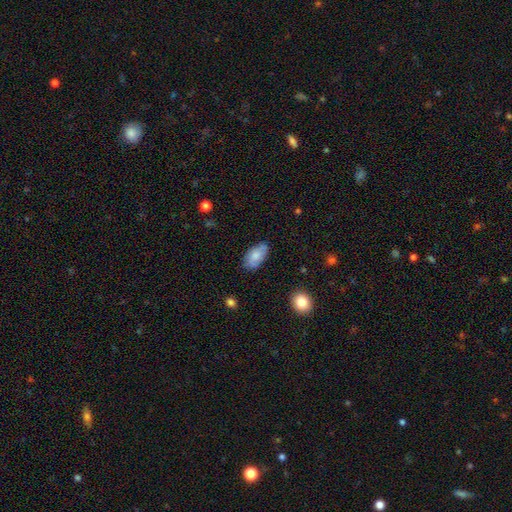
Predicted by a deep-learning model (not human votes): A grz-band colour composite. It shows a smooth galaxy with no disk features (69%) that is in between round and cigar-shaped (93%). Merging: none (72%).